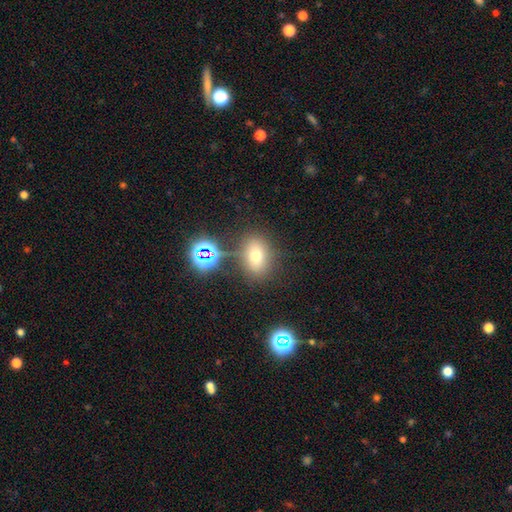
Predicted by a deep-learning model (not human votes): Overall: smooth (66%). How rounded: in between (67%; round 31%). Merging: none (73%).